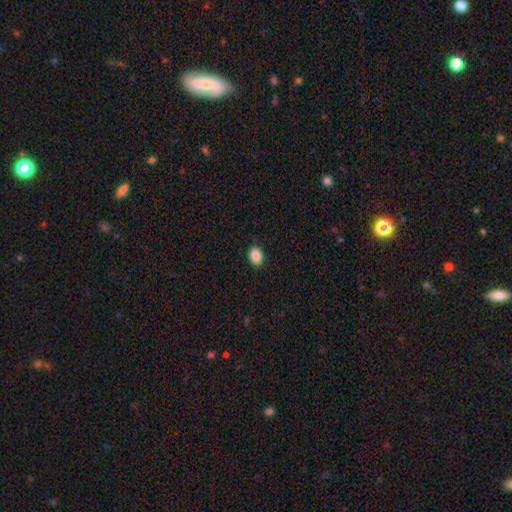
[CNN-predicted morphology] smooth 89%, star or artifact 8%, featured or disk 3%. Down the decision tree: how rounded — in between (79%); merging — none (88%).